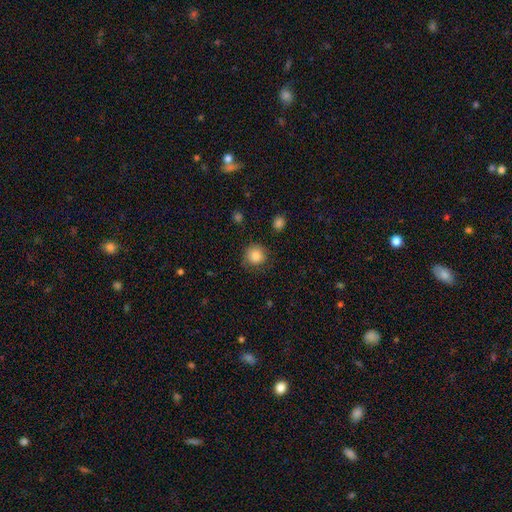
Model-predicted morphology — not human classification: A smooth galaxy with no disk features (86%) that is round (92%).

Vote fractions:
- Smooth or featured? smooth: 86% / star or artifact: 9% / featured or disk: 5%
- How rounded? round: 92% / in between: 7% / cigar-shaped: 1%
- Merging? none: 80% / minor disturbance: 14% / major disturbance: 4% / merger: 2%